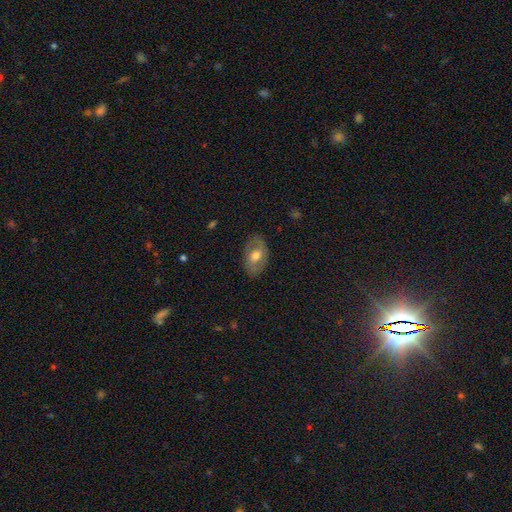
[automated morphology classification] Q: Smooth or featured?
A: featured or disk (47%); runner-up: smooth (46%)
Q: Merging?
A: none (80%); runner-up: minor disturbance (14%)